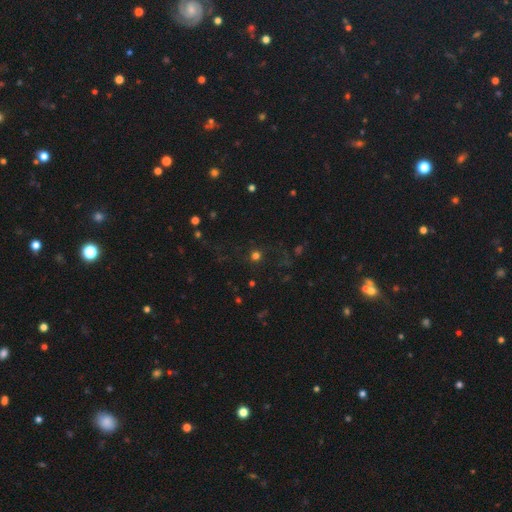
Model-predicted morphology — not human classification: A smooth galaxy with no disk features (64%) that is round (92%).

Vote fractions:
- Smooth or featured? smooth: 64% / star or artifact: 28% / featured or disk: 7%
- How rounded? round: 92% / in between: 6% / cigar-shaped: 1%
- Merging? none: 81% / minor disturbance: 9% / major disturbance: 7% / merger: 2%